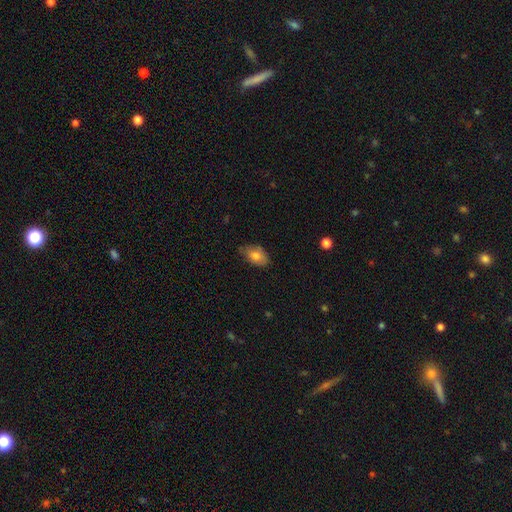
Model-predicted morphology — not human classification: Smooth or featured? Predicted: smooth (p=0.78). How rounded? Predicted: in between (p=0.90). Merging? Predicted: none (p=0.70).